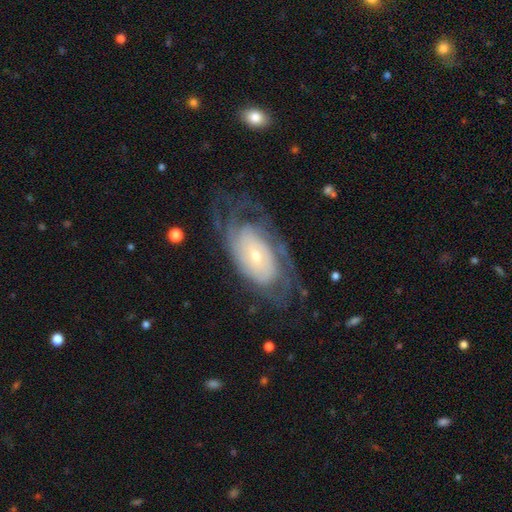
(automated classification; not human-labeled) Overall: featured or disk (83%). Edge-on disk: no (94%). Bar: no (68%). Spiral arms: yes (92%). Spiral arm count: can't tell (44%; 2 21%). Spiral winding: tight (67%). Bulge size: small (67%; moderate 28%). Merging: none (63%).